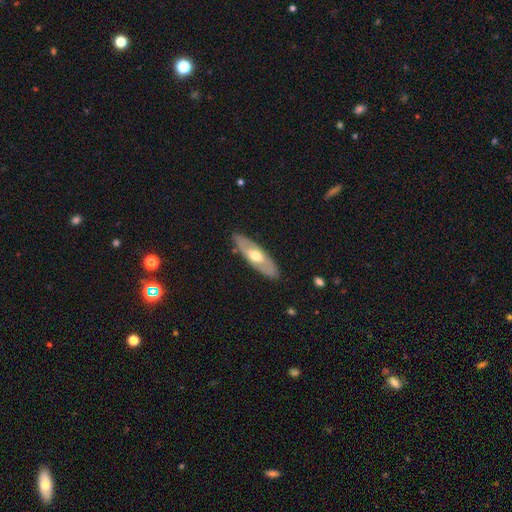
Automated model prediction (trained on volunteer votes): Smooth or featured?
  - featured or disk: 54% *
  - smooth: 41%
  - star or artifact: 5%
Edge-on disk?
  - no: 65% *
  - yes: 35%
Merging?
  - none: 85% *
  - minor disturbance: 11%
  - major disturbance: 3%
  - merger: 1%